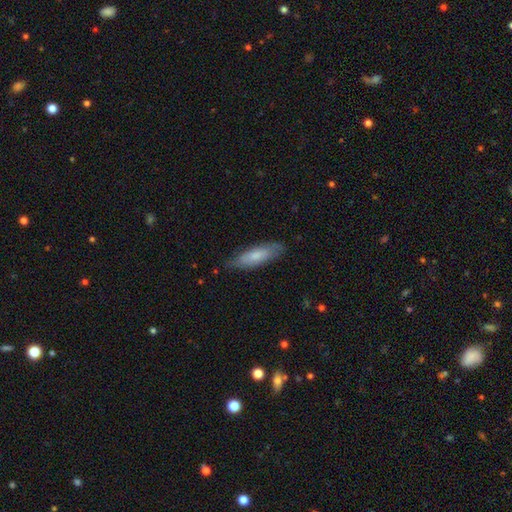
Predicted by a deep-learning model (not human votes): A smooth galaxy with no disk features (71%) that is cigar-shaped (53%).

Vote fractions:
- Smooth or featured? smooth: 71% / featured or disk: 24% / star or artifact: 5%
- How rounded? cigar-shaped: 53% / in between: 45% / round: 1%
- Merging? none: 78% / minor disturbance: 18% / major disturbance: 3% / merger: 1%